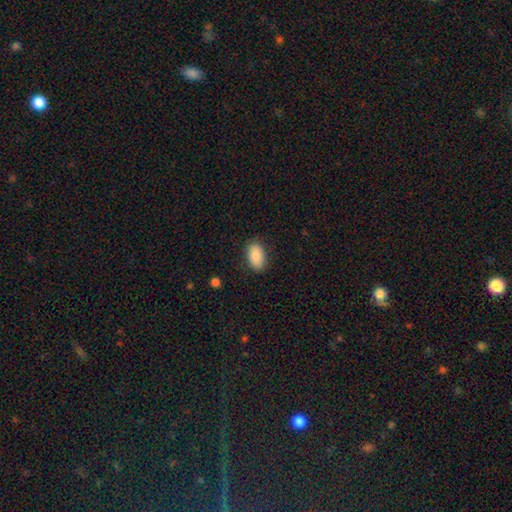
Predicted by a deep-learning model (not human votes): smooth_or_featured: smooth (p=0.86) [alt: featured or disk p=0.08]
how_rounded: in between (p=0.93) [alt: round p=0.05]
merging: none (p=0.86) [alt: minor disturbance p=0.10]